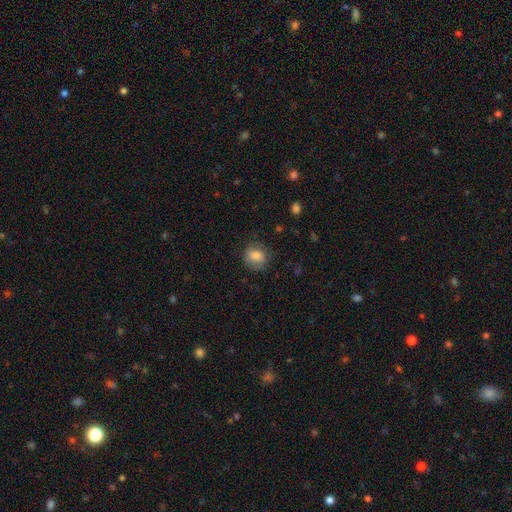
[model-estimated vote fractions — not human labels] Smooth or featured: smooth — 80% (featured or disk — 12%)
How rounded: round — 67% (in between — 32%)
Merging: none — 71% (minor disturbance — 20%)